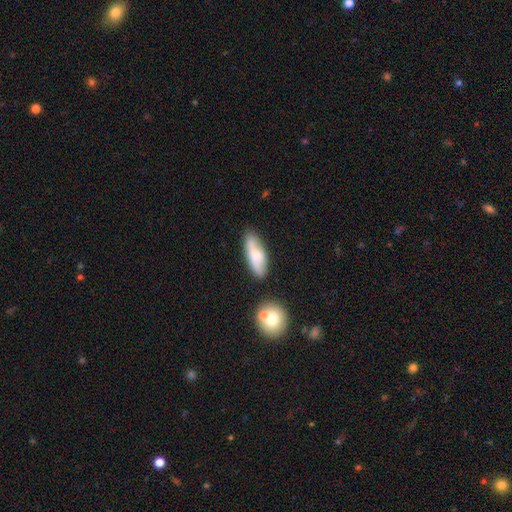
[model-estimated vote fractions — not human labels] This is likely a smooth galaxy (69%). How rounded: likely in between (63%). Merging: likely none (70%).